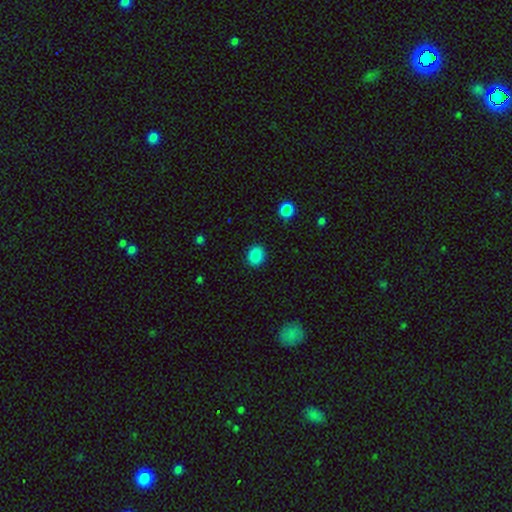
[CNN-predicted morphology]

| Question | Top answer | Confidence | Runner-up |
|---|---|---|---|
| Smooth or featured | smooth | 87% | star or artifact (9%) |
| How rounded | round | 71% | in between (28%) |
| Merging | none | 90% | minor disturbance (7%) |